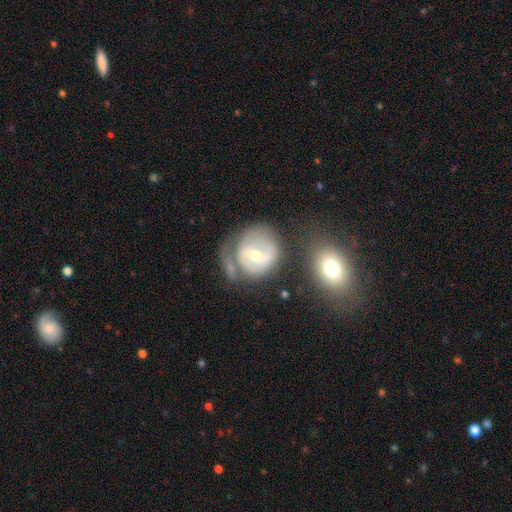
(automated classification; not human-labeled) Smooth or featured? featured or disk (55%)
Edge-on disk? no (96%)
Bar? no (48%)
Spiral arms? yes (50%, tied with no)
Bulge size? moderate (57%)
Merging? none (36%)